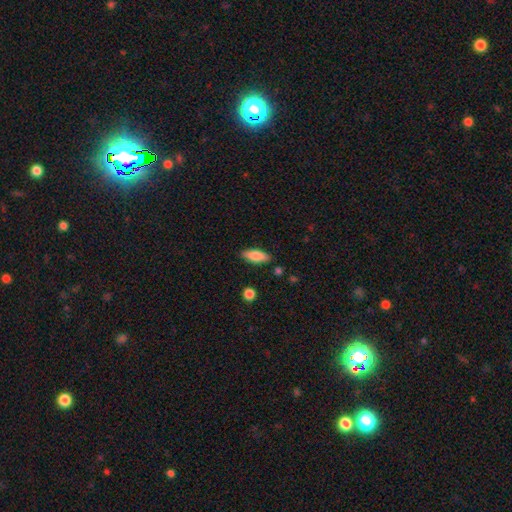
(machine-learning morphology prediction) This is likely a smooth galaxy (78%). How rounded: likely in between (69%). Merging: clearly none (86%).